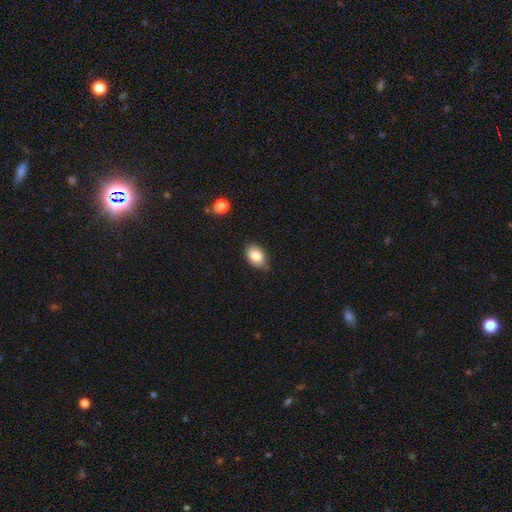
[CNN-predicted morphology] Overall: smooth (83%). How rounded: in between (90%). Merging: none (80%).